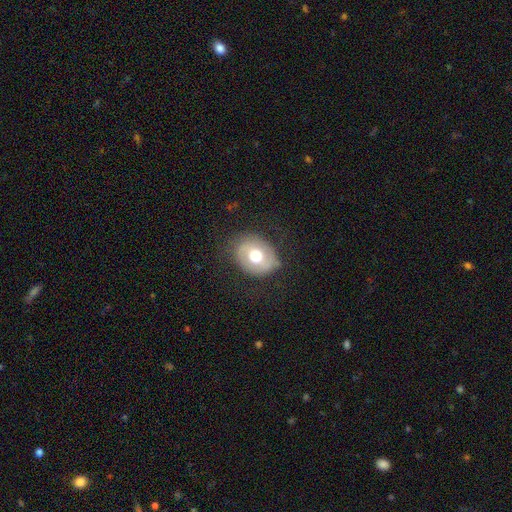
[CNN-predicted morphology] smooth 55%, featured or disk 37%, star or artifact 8%. Down the decision tree: how rounded — round (52%); merging — none (74%).